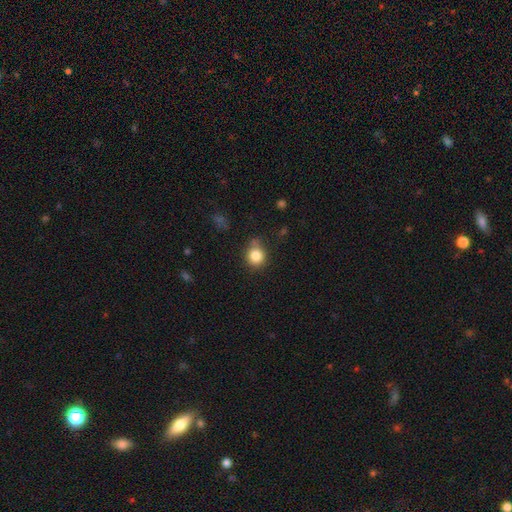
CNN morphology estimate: smooth_or_featured: smooth (p=0.83) [alt: star or artifact p=0.10]
how_rounded: round (p=0.83) [alt: in between p=0.16]
merging: none (p=0.68) [alt: minor disturbance p=0.21]